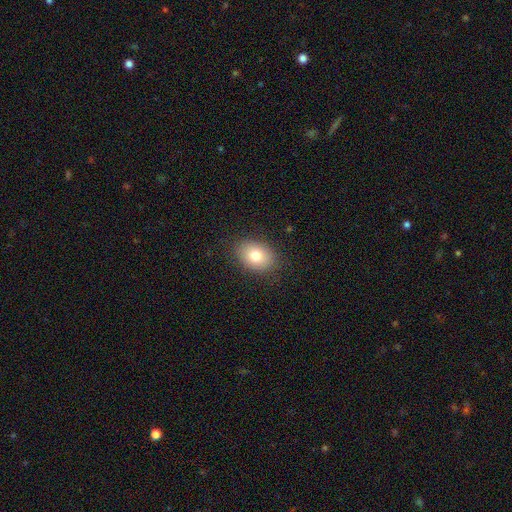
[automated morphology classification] smooth 79%, featured or disk 12%, star or artifact 9%. Down the decision tree: how rounded — in between (72%); merging — none (86%).